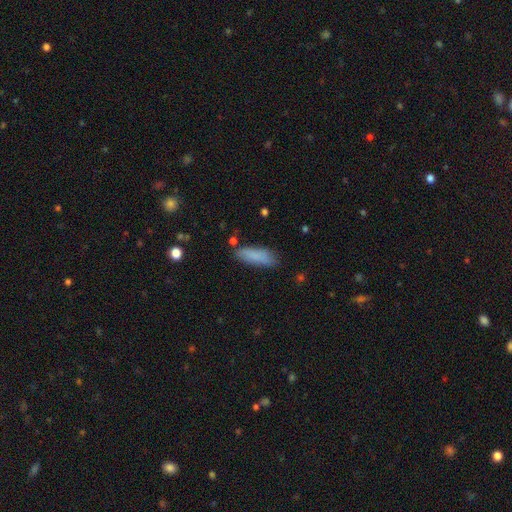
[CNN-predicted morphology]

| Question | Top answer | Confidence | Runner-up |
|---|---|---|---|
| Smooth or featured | smooth | 84% | featured or disk (9%) |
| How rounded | in between | 51% | cigar-shaped (47%) |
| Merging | none | 75% | minor disturbance (17%) |